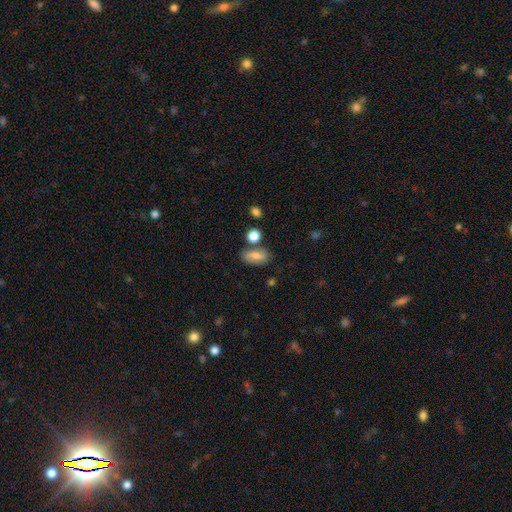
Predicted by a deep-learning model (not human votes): Overall: smooth (68%). How rounded: in between (86%). Merging: none (68%).